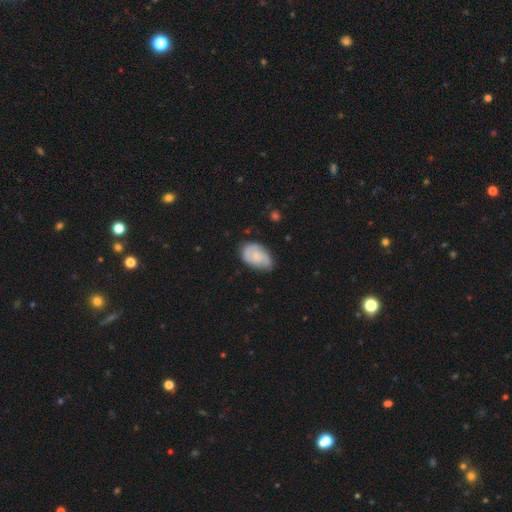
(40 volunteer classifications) This is possibly a featured or disk galaxy (57%). It is clearly not viewed edge-on (96%). Bar: clearly no (82%). Spiral arm pattern: clearly yes (100%). Spiral arm count: likely 2 (77%). Spiral winding: possibly tight (59%). Central bulge: possibly small (59%). Merging: likely none (78%).